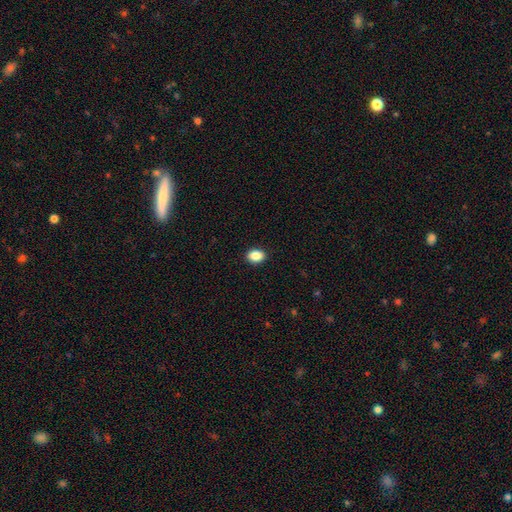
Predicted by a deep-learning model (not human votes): Smooth or featured?
  - smooth: 88% *
  - star or artifact: 8%
  - featured or disk: 4%
How rounded?
  - in between: 73% *
  - round: 25%
  - cigar-shaped: 1%
Merging?
  - none: 91% *
  - minor disturbance: 7%
  - major disturbance: 2%
  - merger: 1%